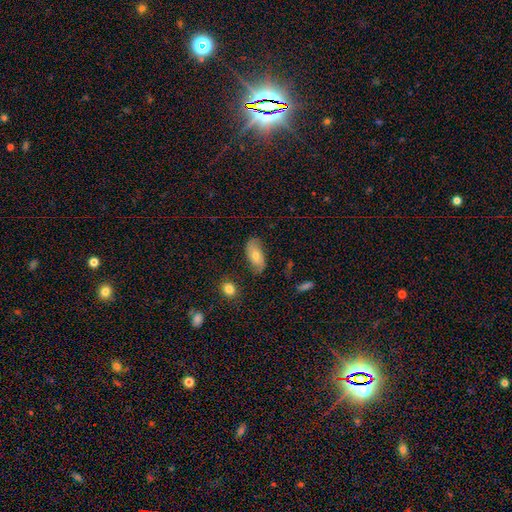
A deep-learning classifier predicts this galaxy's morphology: Smooth or featured: smooth — 61% (featured or disk — 31%)
How rounded: in between — 90% (cigar-shaped — 7%)
Merging: none — 73% (minor disturbance — 20%)